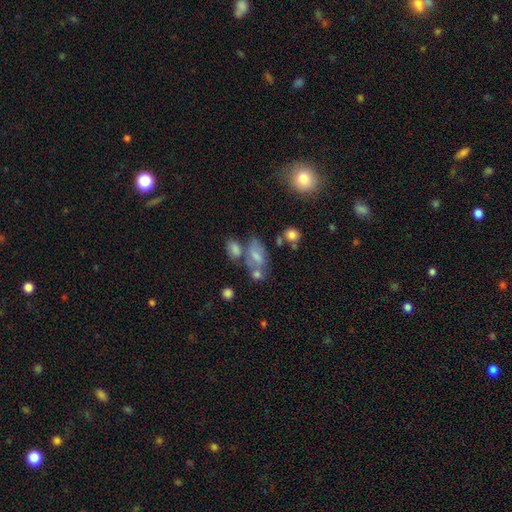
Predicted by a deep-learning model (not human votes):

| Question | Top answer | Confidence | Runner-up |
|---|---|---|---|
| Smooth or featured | smooth | 60% | featured or disk (27%) |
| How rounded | in between | 85% | round (10%) |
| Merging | none | 36% | merger (33%) |